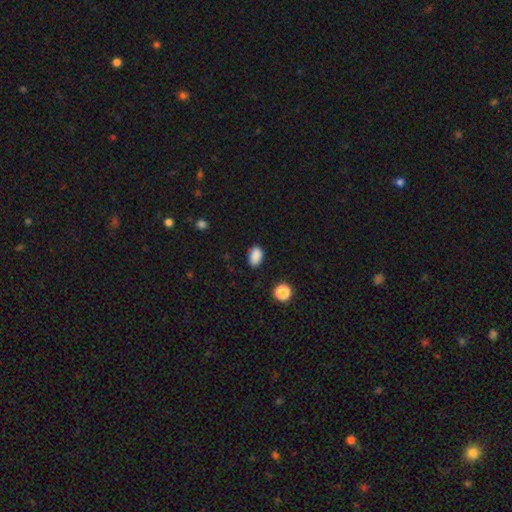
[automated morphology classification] Overall: smooth (87%). How rounded: in between (87%). Merging: none (84%).